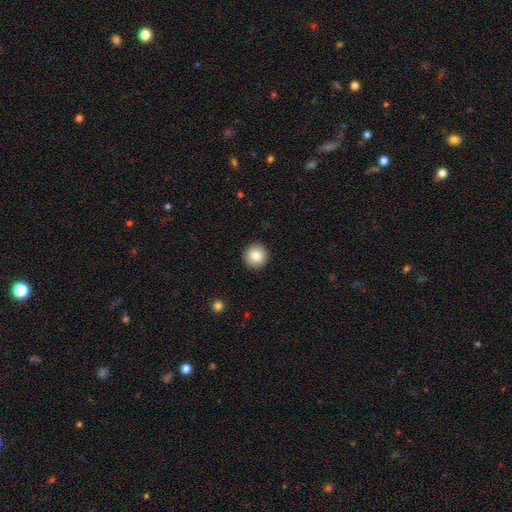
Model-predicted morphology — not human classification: Q: Smooth or featured?
A: smooth (85%); runner-up: star or artifact (9%)
Q: How rounded?
A: round (95%); runner-up: in between (4%)
Q: Merging?
A: none (93%); runner-up: minor disturbance (5%)